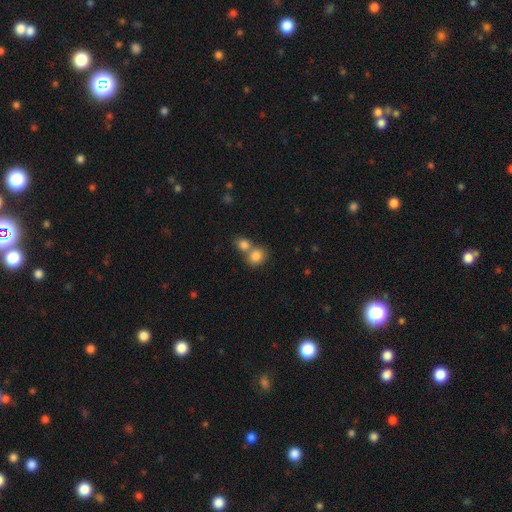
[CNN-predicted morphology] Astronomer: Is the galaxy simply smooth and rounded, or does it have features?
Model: smooth — 83%.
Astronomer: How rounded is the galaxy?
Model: round — 63%.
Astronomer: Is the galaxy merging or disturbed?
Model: merger — 52% (runner-up: none, 38%).